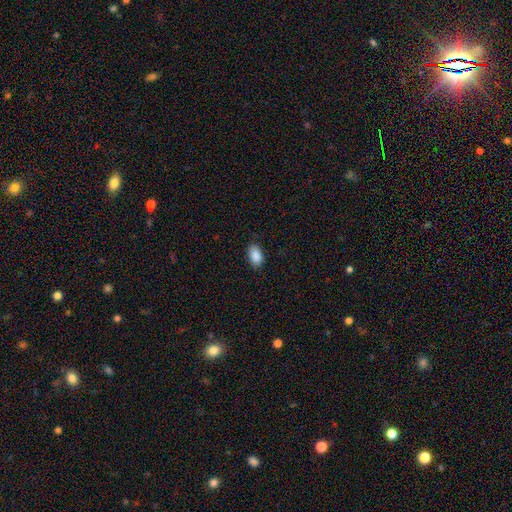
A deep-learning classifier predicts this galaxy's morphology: smooth 89%, star or artifact 7%, featured or disk 4%. Down the decision tree: how rounded — in between (92%); merging — none (85%).